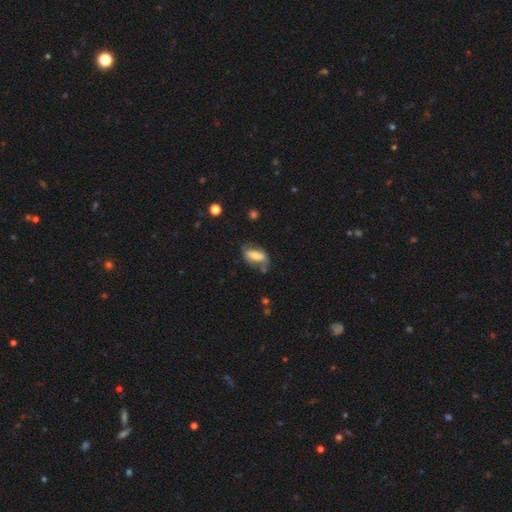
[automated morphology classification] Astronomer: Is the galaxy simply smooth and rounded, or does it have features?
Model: smooth — 49% (runner-up: featured or disk, 44%).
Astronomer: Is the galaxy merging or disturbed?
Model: none — 53%.